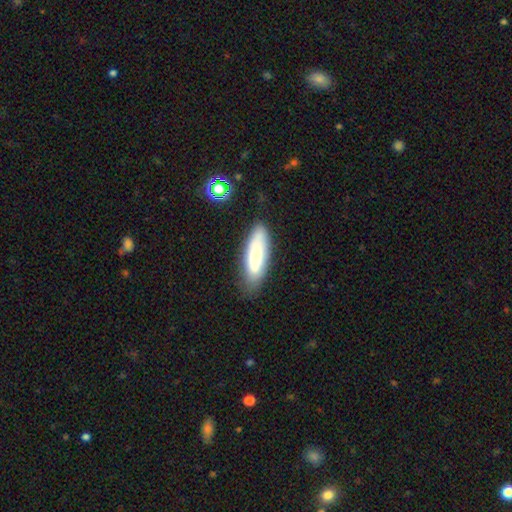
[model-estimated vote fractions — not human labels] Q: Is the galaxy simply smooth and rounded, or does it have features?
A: smooth — 70%.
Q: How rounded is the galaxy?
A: in between — 52%.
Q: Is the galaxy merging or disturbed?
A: none — 76%.